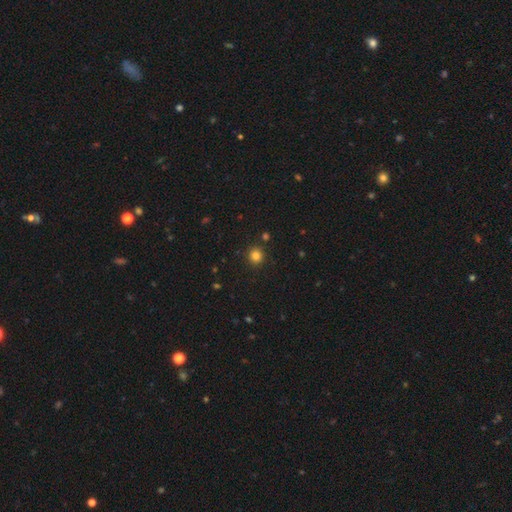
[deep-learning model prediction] A smooth galaxy with no disk features (82%) that is round (90%). Merging: none (89%).